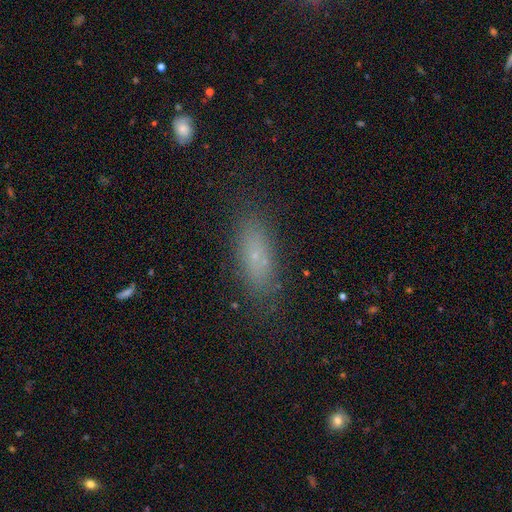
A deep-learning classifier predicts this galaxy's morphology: Smooth or featured? Predicted: smooth (p=0.69). How rounded? Predicted: in between (p=0.63). Merging? Predicted: none (p=0.82).